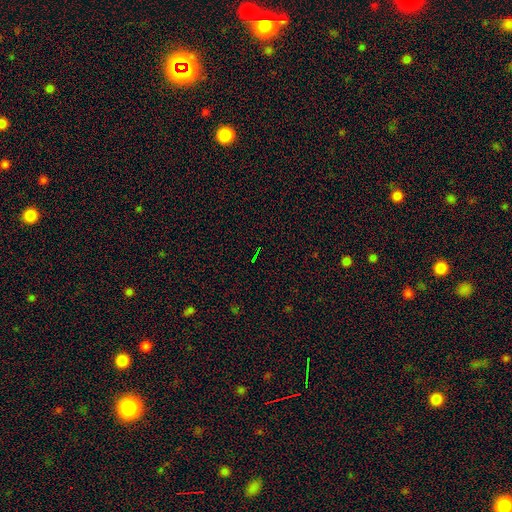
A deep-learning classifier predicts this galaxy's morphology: A star or artifact, not a galaxy (76%).